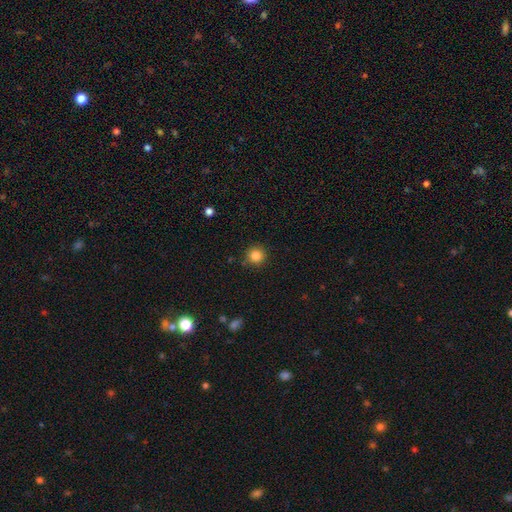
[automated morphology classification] A smooth galaxy with no disk features (85%) that is round (94%). Merging: none (89%).